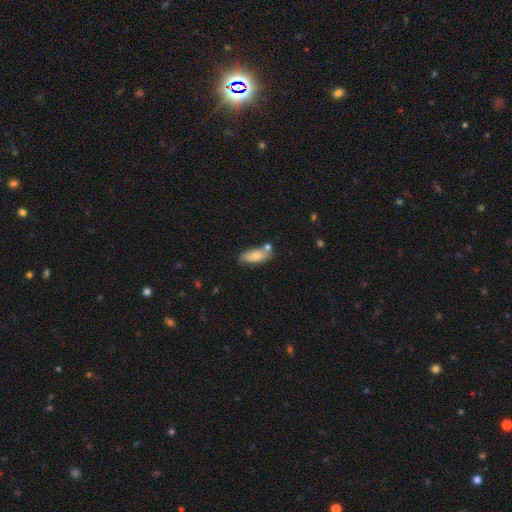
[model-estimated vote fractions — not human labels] A smooth galaxy with no disk features (73%) that is in between round and cigar-shaped (80%). Merging: none (58%).